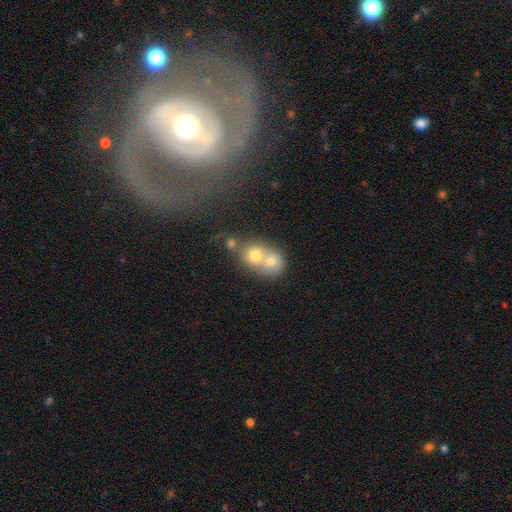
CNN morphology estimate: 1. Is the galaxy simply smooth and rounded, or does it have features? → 66% smooth, 23% featured or disk, 11% star or artifact.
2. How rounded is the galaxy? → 68% round, 31% in between, 1% cigar-shaped.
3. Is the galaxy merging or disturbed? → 70% merger, 23% none, 5% minor disturbance, 3% major disturbance.